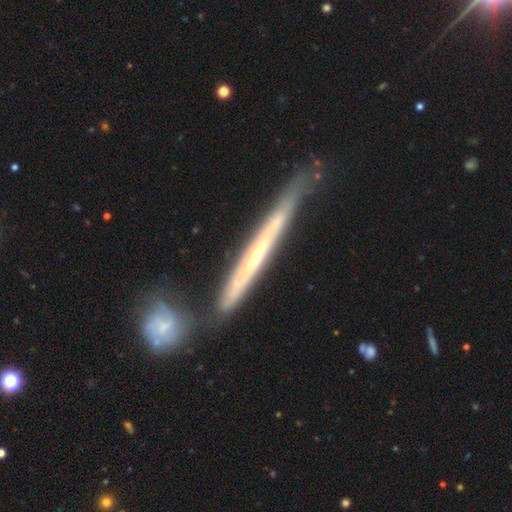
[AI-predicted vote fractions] A featured or disk galaxy (73%) viewed edge-on (88%) with no central bulge (53%). Merging: none (67%).